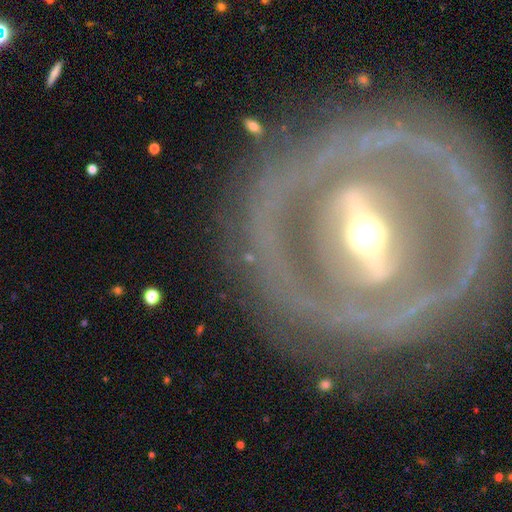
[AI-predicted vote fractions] Smooth or featured? Predicted: featured or disk (p=0.84). Edge-on disk? Predicted: no (p=0.81). Bar? Predicted: strong (p=0.70). Spiral arms? Predicted: yes (p=0.53). Bulge size? Predicted: moderate (p=0.66). Merging? Predicted: none (p=0.77).